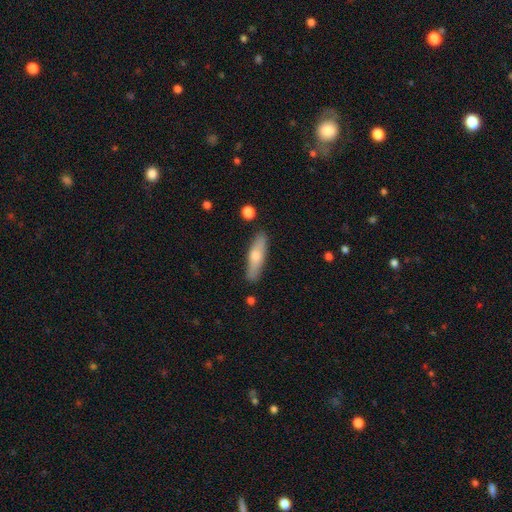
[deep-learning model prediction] smooth 60%, featured or disk 34%, star or artifact 6%. Down the decision tree: how rounded — cigar-shaped (68%); merging — none (88%).